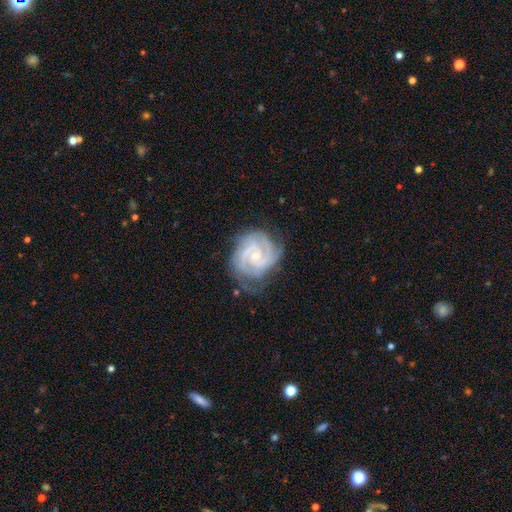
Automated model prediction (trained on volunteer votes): The model was most divided on "spiral arm count": 2: 42%, 3: 30%, can't tell: 12%, 4: 8%, more than 4: 4%, 1: 4%. More confident: spiral arms — yes (98%); edge-on disk — no (98%); smooth or featured — featured or disk (90%); merging — none (72%); bulge size — small (70%); spiral winding — tight (69%); bar — no (56%).